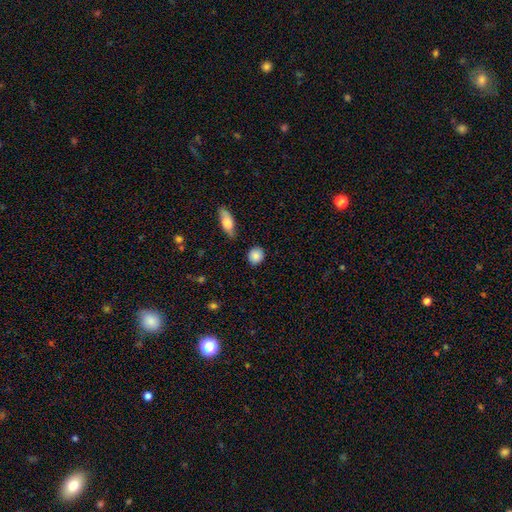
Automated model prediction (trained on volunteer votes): A smooth galaxy with no disk features (86%) that is round (83%).

Vote fractions:
- Smooth or featured? smooth: 86% / star or artifact: 8% / featured or disk: 7%
- How rounded? round: 83% / in between: 16% / cigar-shaped: 2%
- Merging? none: 85% / minor disturbance: 10% / merger: 3% / major disturbance: 2%